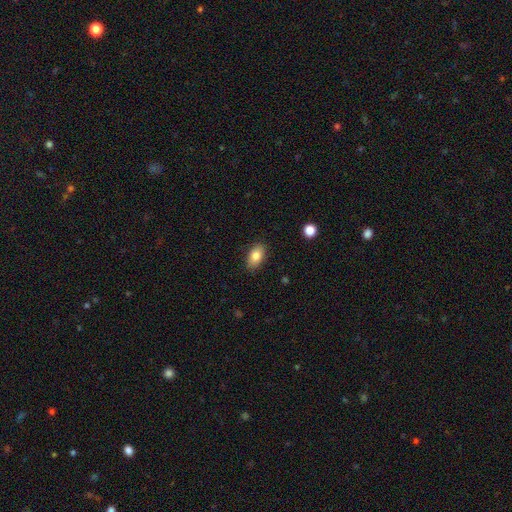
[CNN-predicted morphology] smooth 83%, featured or disk 9%, star or artifact 8%. Down the decision tree: how rounded — in between (90%); merging — none (87%).